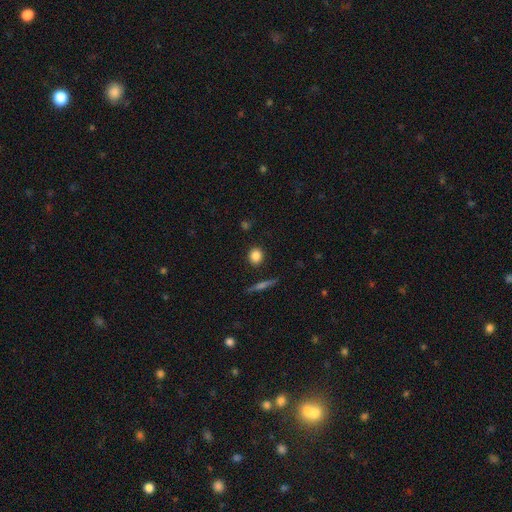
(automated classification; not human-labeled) A smooth galaxy with no disk features (84%) that is round (82%). Merging: none (88%).